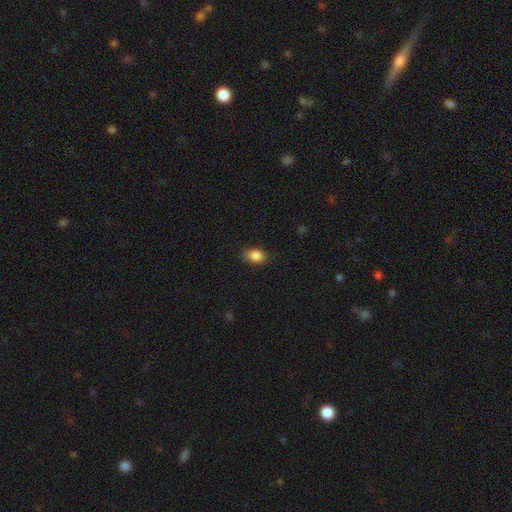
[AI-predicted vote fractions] A smooth galaxy with no disk features (87%) that is in between round and cigar-shaped (80%). Merging: none (79%).